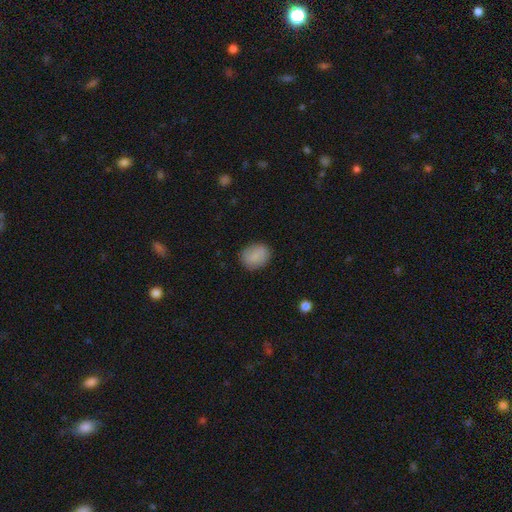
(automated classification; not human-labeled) Morphology: type=smooth (82%); roundness=round (57%); merging=none (83%).